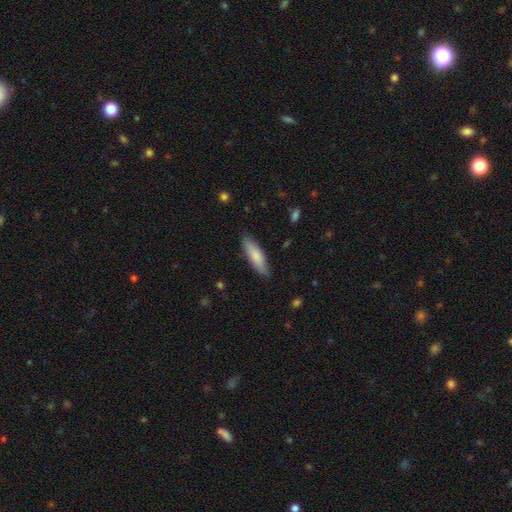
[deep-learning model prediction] Q: Smooth or featured?
A: smooth (77%); runner-up: featured or disk (18%)
Q: How rounded?
A: cigar-shaped (58%); runner-up: in between (40%)
Q: Merging?
A: none (84%); runner-up: minor disturbance (13%)